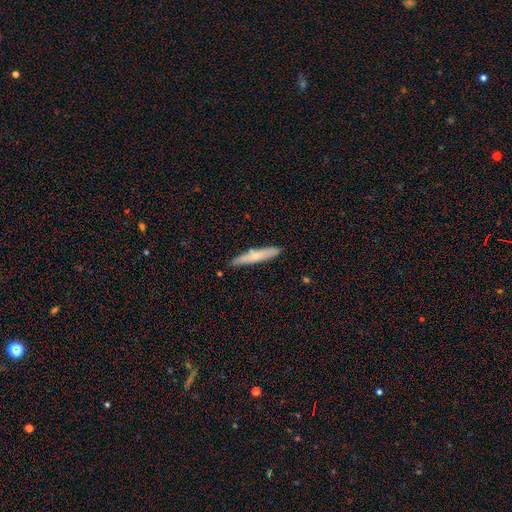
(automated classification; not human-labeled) A smooth galaxy with no disk features (62%) that is cigar-shaped (91%).

Vote fractions:
- Smooth or featured? smooth: 62% / featured or disk: 33% / star or artifact: 6%
- How rounded? cigar-shaped: 91% / in between: 8% / round: 1%
- Merging? none: 85% / minor disturbance: 11% / merger: 2% / major disturbance: 2%